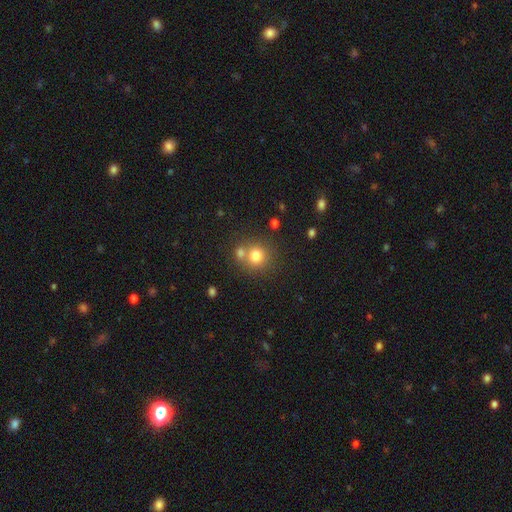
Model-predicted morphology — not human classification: Smooth or featured? Predicted: smooth (p=0.77). How rounded? Predicted: round (p=0.86). Merging? Predicted: none (p=0.58).